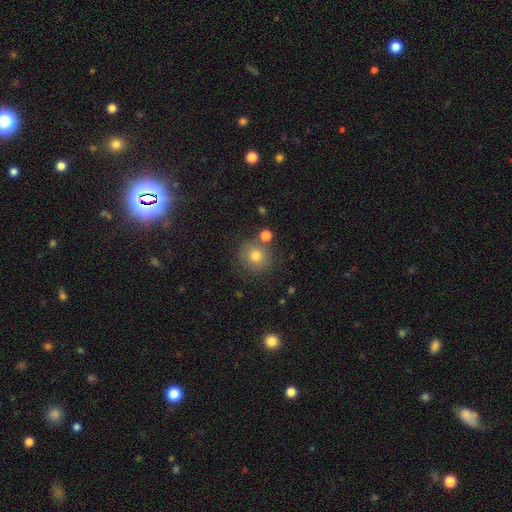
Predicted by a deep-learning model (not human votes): The model was most divided on "smooth or featured": smooth: 75%, featured or disk: 12%, star or artifact: 12%. More confident: how rounded — round (91%); merging — none (76%).